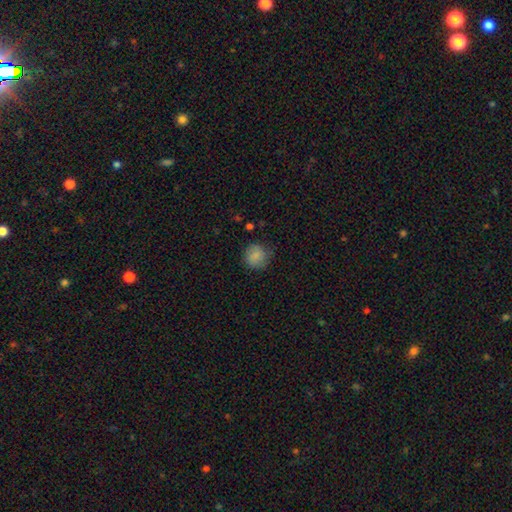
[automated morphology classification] Smooth or featured? Predicted: smooth (p=0.85). How rounded? Predicted: round (p=0.88). Merging? Predicted: none (p=0.80).